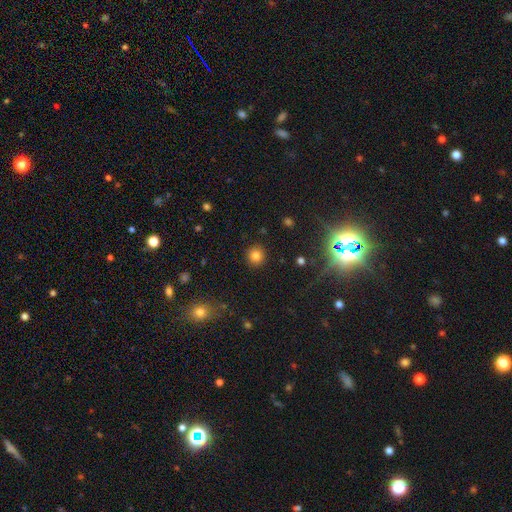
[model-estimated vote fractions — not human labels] smooth-or-featured: smooth: 81% | star or artifact: 14% | featured or disk: 5%
  how-rounded: round: 91% | in between: 8% | cigar-shaped: 1%
  merging: none: 90% | minor disturbance: 6% | major disturbance: 2% | merger: 1%